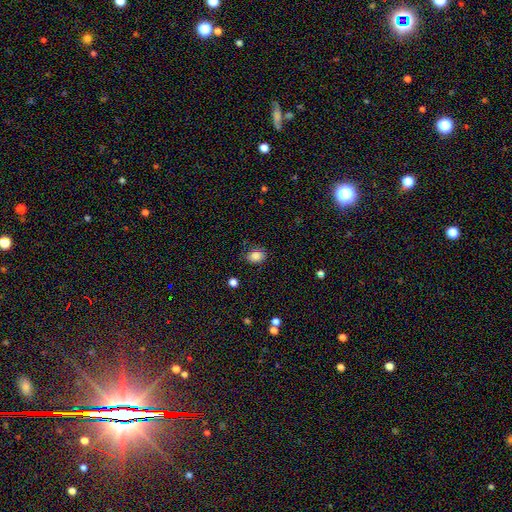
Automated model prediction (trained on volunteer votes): The model was most divided on "how rounded": in between: 69%, round: 30%, cigar-shaped: 1%. More confident: smooth or featured — smooth (85%); merging — none (78%).